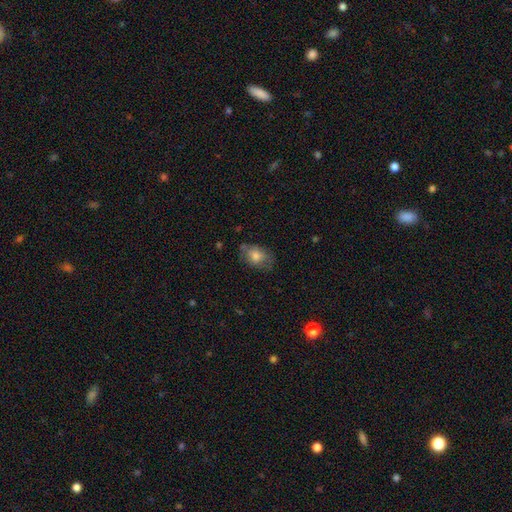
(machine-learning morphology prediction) smooth-or-featured: smooth: 70% | featured or disk: 21% | star or artifact: 9%
  how-rounded: in between: 78% | round: 21% | cigar-shaped: 1%
  merging: none: 64% | minor disturbance: 25% | major disturbance: 9% | merger: 2%